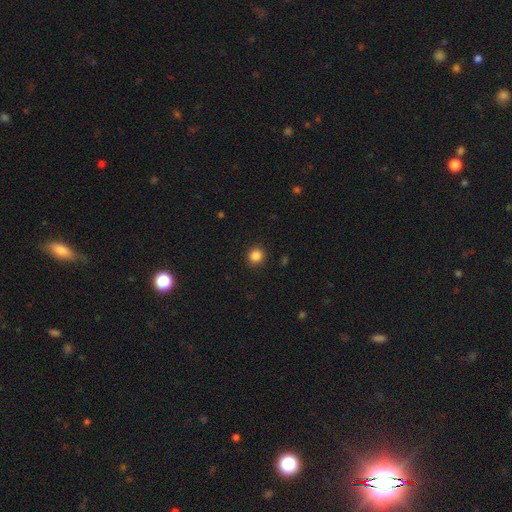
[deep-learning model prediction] Q: Smooth or featured?
A: smooth (85%); runner-up: star or artifact (11%)
Q: How rounded?
A: round (93%); runner-up: in between (6%)
Q: Merging?
A: none (92%); runner-up: minor disturbance (5%)